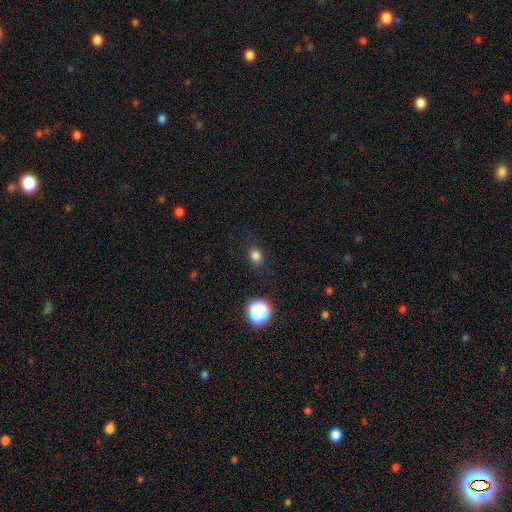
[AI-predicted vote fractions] Smooth or featured: smooth — 79% (star or artifact — 16%)
How rounded: round — 57% (in between — 42%)
Merging: none — 86% (minor disturbance — 10%)